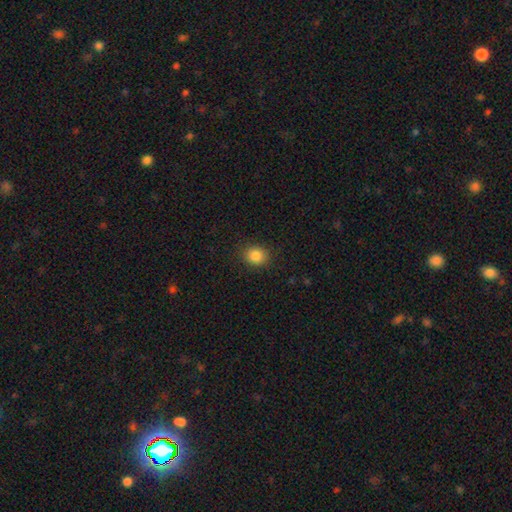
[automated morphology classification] A smooth galaxy with no disk features (85%) that is round (68%). Merging: none (89%).